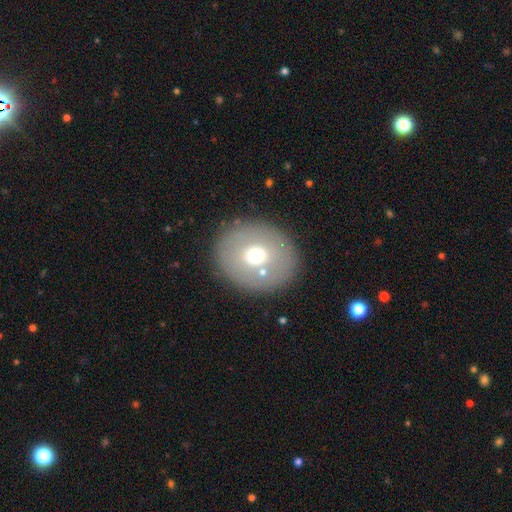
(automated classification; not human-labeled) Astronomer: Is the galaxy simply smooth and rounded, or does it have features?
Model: smooth — 59%.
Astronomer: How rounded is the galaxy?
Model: round — 70%.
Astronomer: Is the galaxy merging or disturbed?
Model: none — 83%.